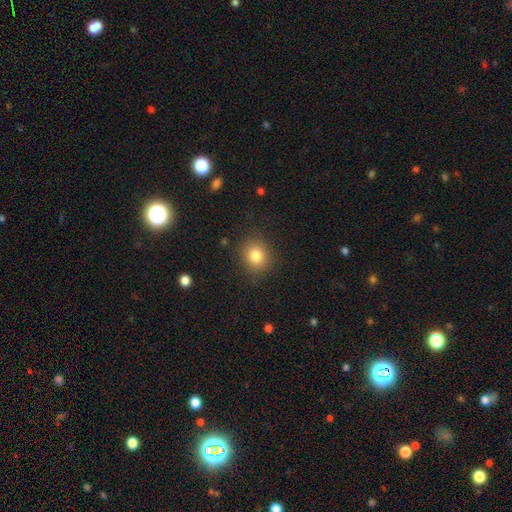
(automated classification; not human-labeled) A smooth galaxy with no disk features (82%) that is round (74%).

Vote fractions:
- Smooth or featured? smooth: 82% / star or artifact: 11% / featured or disk: 7%
- How rounded? round: 74% / in between: 25% / cigar-shaped: 1%
- Merging? none: 86% / minor disturbance: 9% / major disturbance: 3% / merger: 1%